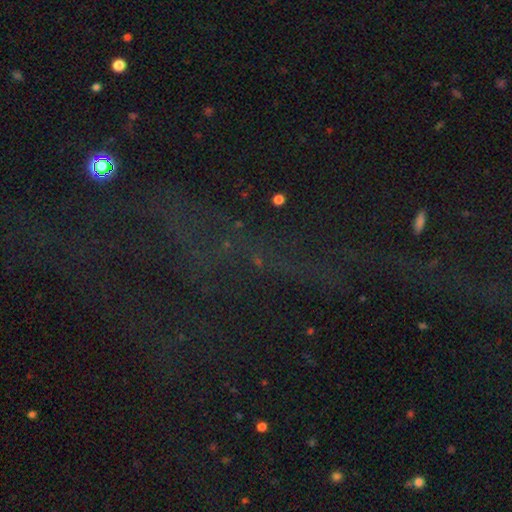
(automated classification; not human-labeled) star or artifact 72%, featured or disk 14%, smooth 14%.